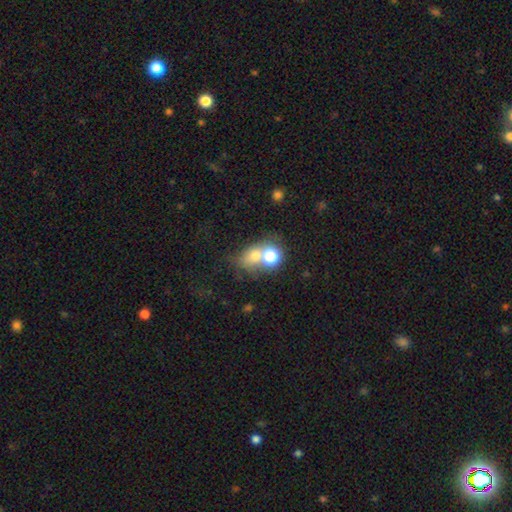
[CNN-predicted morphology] Smooth or featured? smooth (67%)
How rounded? round (61%)
Merging? merger (54%)